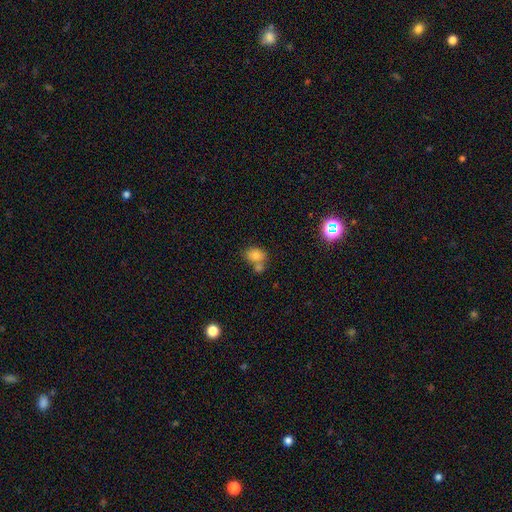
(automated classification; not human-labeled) Smooth or featured? smooth (78%)
How rounded? in between (63%)
Merging? none (45%)